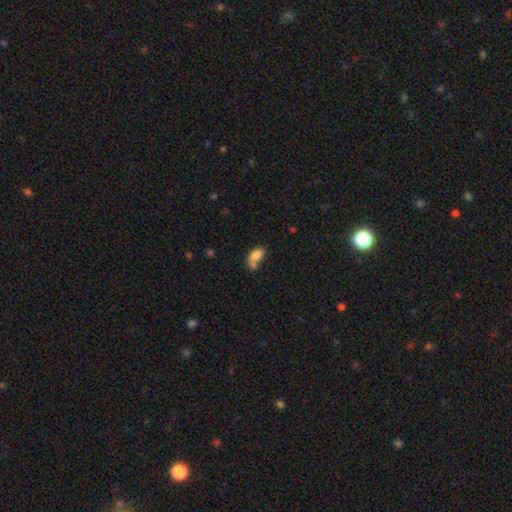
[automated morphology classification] smooth-or-featured: smooth: 78% | featured or disk: 13% | star or artifact: 10%
  how-rounded: in between: 86% | round: 11% | cigar-shaped: 3%
  merging: merger: 39% | none: 28% | minor disturbance: 19% | major disturbance: 14%